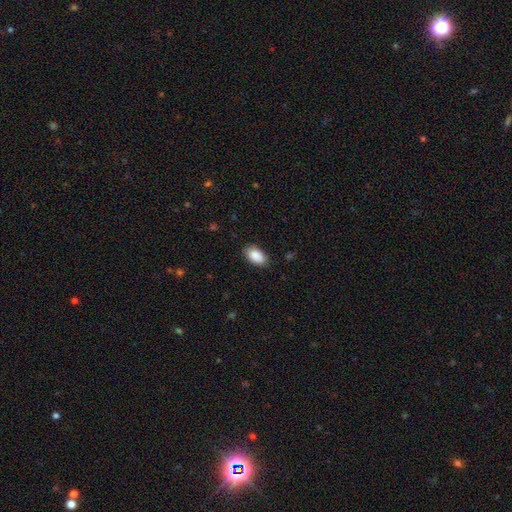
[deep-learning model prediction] smooth_or_featured: smooth (p=0.89) [alt: star or artifact p=0.07]
how_rounded: in between (p=0.93) [alt: round p=0.05]
merging: none (p=0.83) [alt: minor disturbance p=0.13]